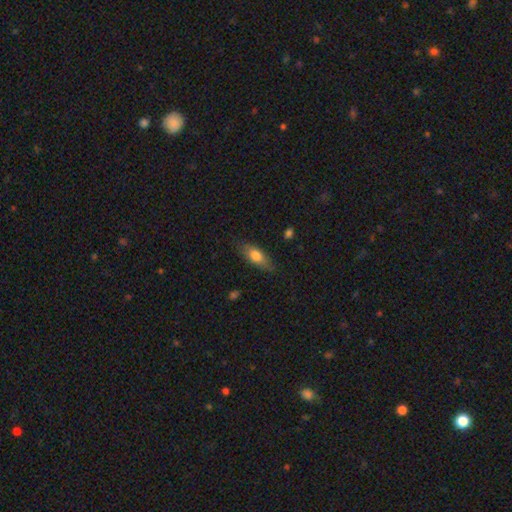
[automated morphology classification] A smooth galaxy with no disk features (70%) that is in between round and cigar-shaped (69%).

Vote fractions:
- Smooth or featured? smooth: 70% / featured or disk: 23% / star or artifact: 7%
- How rounded? in between: 69% / cigar-shaped: 27% / round: 4%
- Merging? none: 81% / minor disturbance: 15% / major disturbance: 3% / merger: 1%